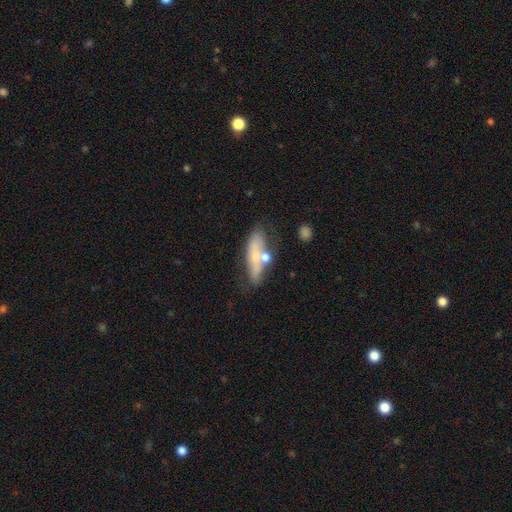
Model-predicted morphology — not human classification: Smooth or featured? smooth (48%)
Merging? none (44%)